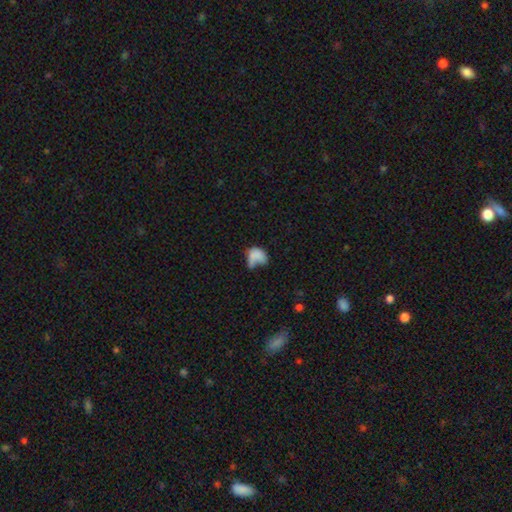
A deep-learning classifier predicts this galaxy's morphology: smooth 69%, featured or disk 21%, star or artifact 10%. Down the decision tree: how rounded — in between (69%); merging — major disturbance (35%).